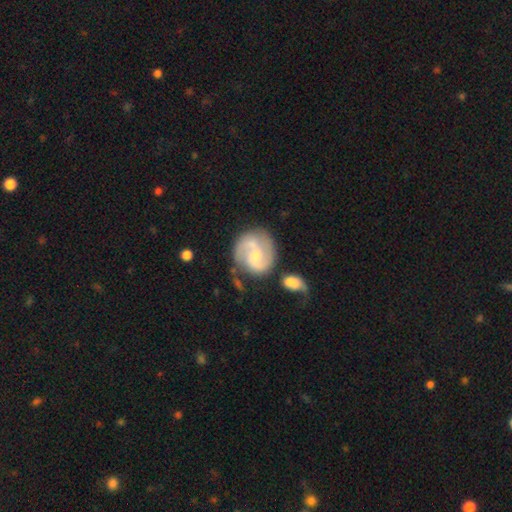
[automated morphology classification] This appears to be a featured or disk galaxy (81%) with no bar (48%), 2 (87%) medium (52%) spiral arms (95%) and a small central bulge (46%, tied with moderate). Merging: none (63%).